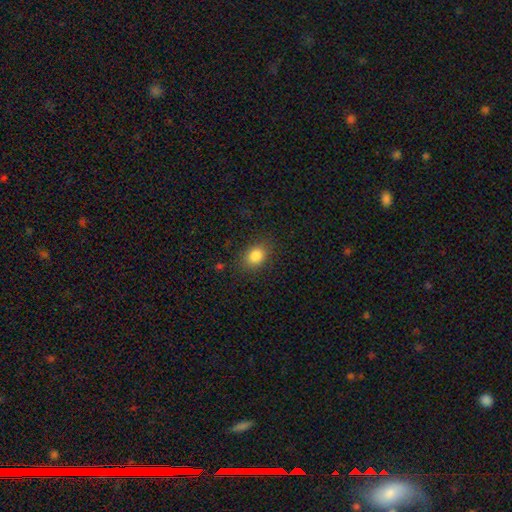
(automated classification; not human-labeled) Smooth or featured? smooth (84%)
How rounded? in between (63%)
Merging? none (83%)